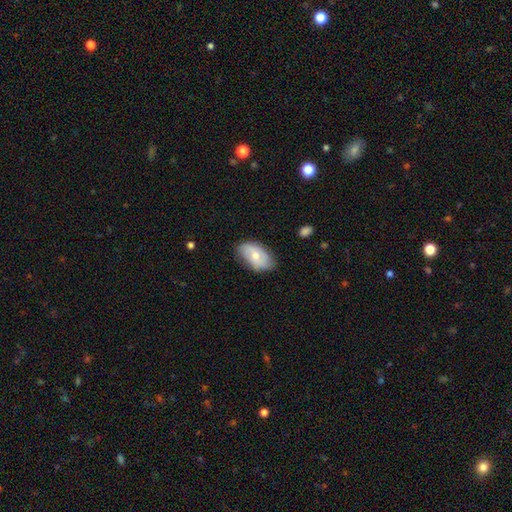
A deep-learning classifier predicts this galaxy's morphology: Smooth or featured: smooth — 53% (featured or disk — 40%)
How rounded: in between — 92% (round — 6%)
Merging: none — 72% (minor disturbance — 22%)